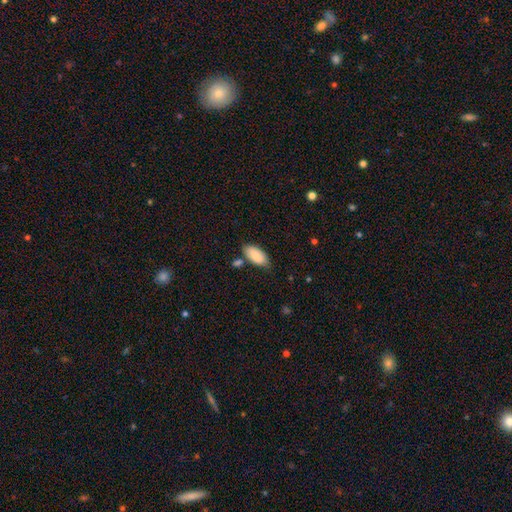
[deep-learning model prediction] Overall: smooth (87%). How rounded: in between (91%). Merging: none (71%).